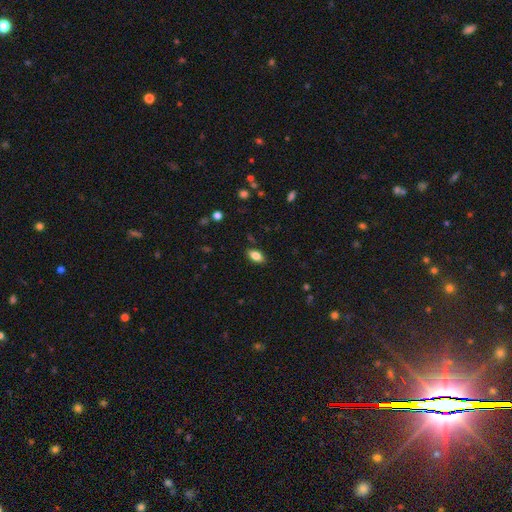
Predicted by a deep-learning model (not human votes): Smooth or featured? smooth (82%)
How rounded? in between (89%)
Merging? none (86%)